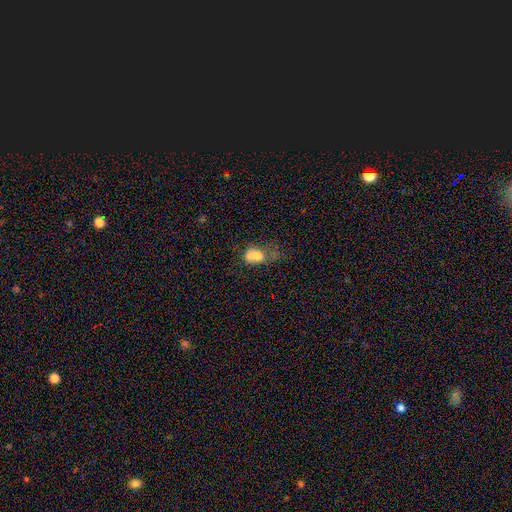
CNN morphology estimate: Overall: smooth (68%). How rounded: in between (68%; round 29%). Merging: merger (32%, tied with major disturbance).